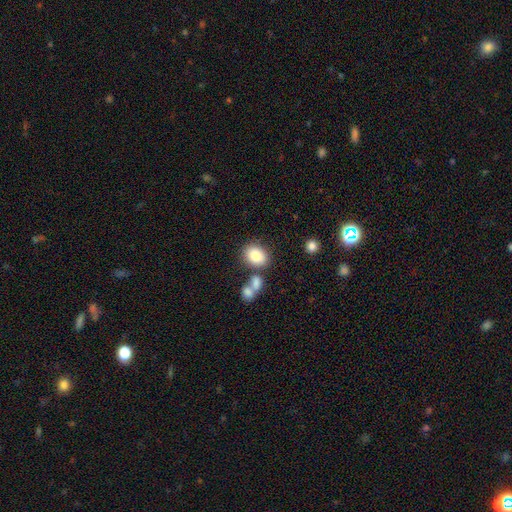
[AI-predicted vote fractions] Smooth or featured? Predicted: smooth (p=0.84). How rounded? Predicted: in between (p=0.64). Merging? Predicted: none (p=0.62).